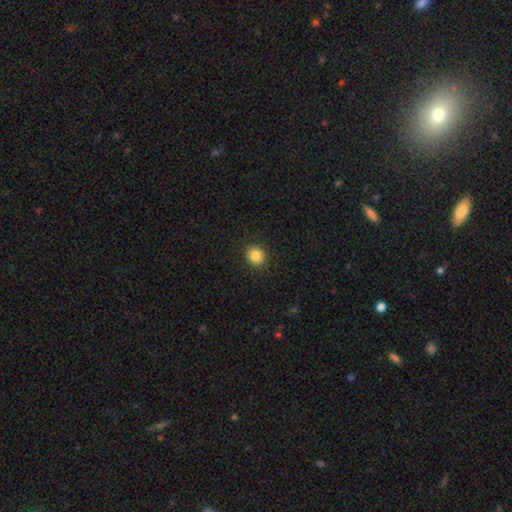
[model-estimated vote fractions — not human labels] A smooth galaxy with no disk features (85%) that is round (79%).

Vote fractions:
- Smooth or featured? smooth: 85% / star or artifact: 10% / featured or disk: 5%
- How rounded? round: 79% / in between: 20% / cigar-shaped: 1%
- Merging? none: 91% / minor disturbance: 6% / major disturbance: 2% / merger: 1%